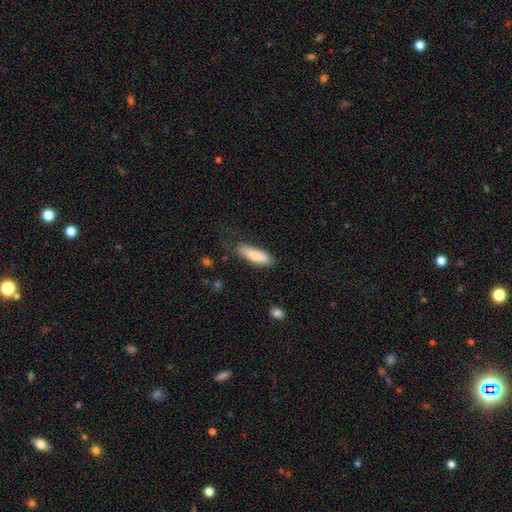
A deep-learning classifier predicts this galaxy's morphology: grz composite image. It shows a smooth galaxy with no disk features (81%) that is cigar-shaped (51%). Merging: none (67%).